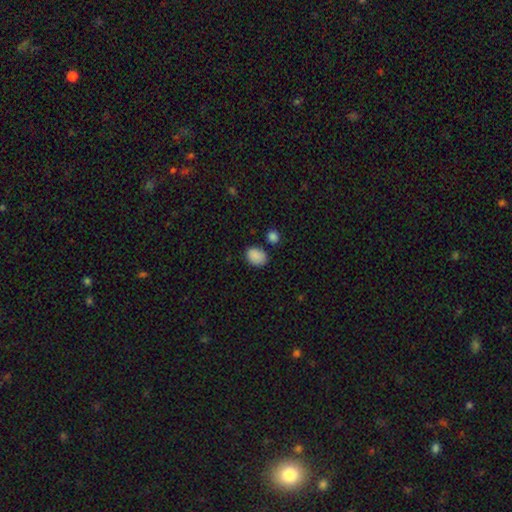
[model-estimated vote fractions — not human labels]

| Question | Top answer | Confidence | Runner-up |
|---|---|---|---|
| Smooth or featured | smooth | 88% | star or artifact (9%) |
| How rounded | in between | 68% | round (31%) |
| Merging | none | 75% | minor disturbance (16%) |